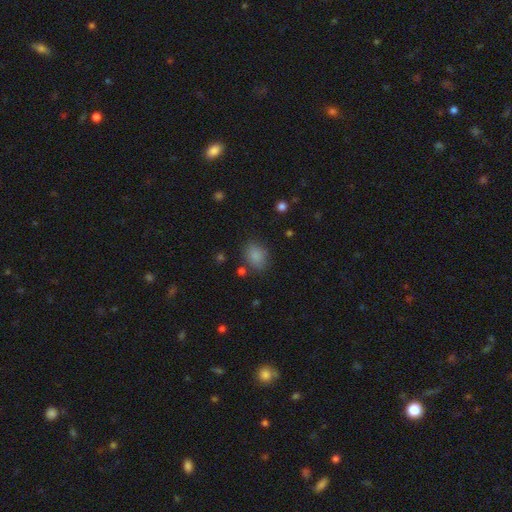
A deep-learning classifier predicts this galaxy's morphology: smooth-or-featured: smooth: 84% | star or artifact: 10% | featured or disk: 6%
  how-rounded: in between: 66% | round: 33% | cigar-shaped: 1%
  merging: none: 78% | minor disturbance: 14% | major disturbance: 4% | merger: 4%